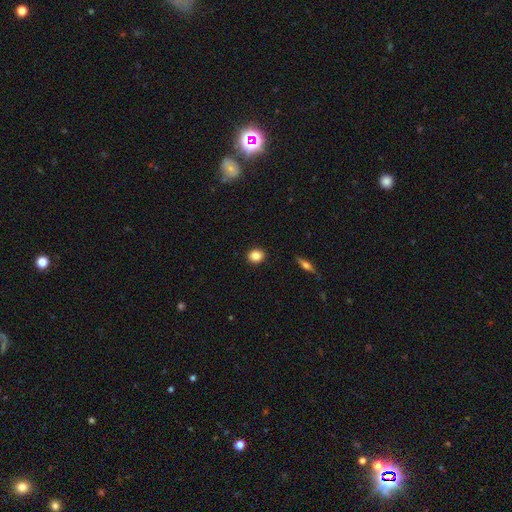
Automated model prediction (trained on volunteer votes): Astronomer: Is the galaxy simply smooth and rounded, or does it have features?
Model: smooth — 86%.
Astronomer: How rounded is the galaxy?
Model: round — 63%.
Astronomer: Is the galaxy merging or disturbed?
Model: none — 91%.